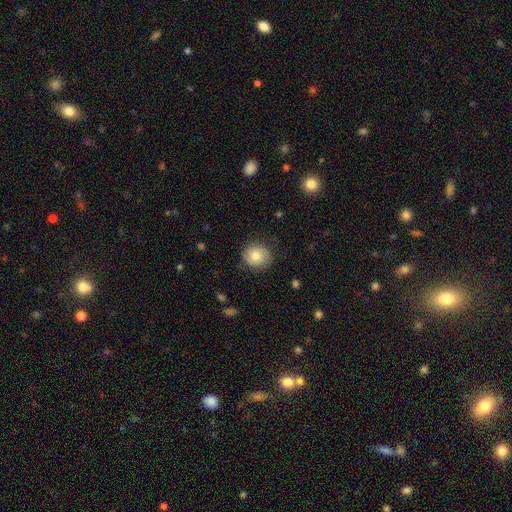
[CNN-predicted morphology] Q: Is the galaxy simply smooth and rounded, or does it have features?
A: smooth — 77%.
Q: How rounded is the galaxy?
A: round — 86%.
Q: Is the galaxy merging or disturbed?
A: none — 82%.